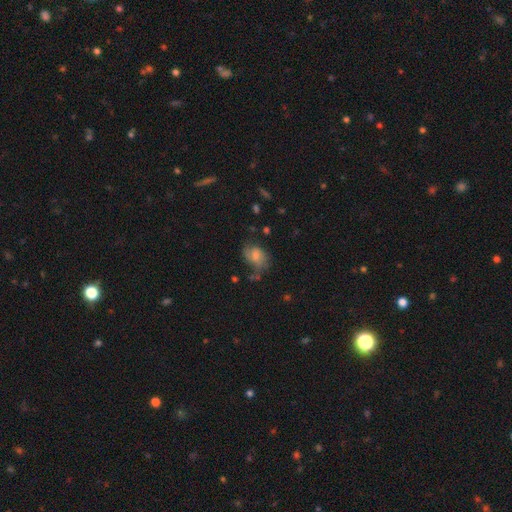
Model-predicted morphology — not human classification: The model was most divided on "merging": none: 43%, minor disturbance: 30%, major disturbance: 21%, merger: 5%. More confident: how rounded — in between (68%); smooth or featured — smooth (60%).